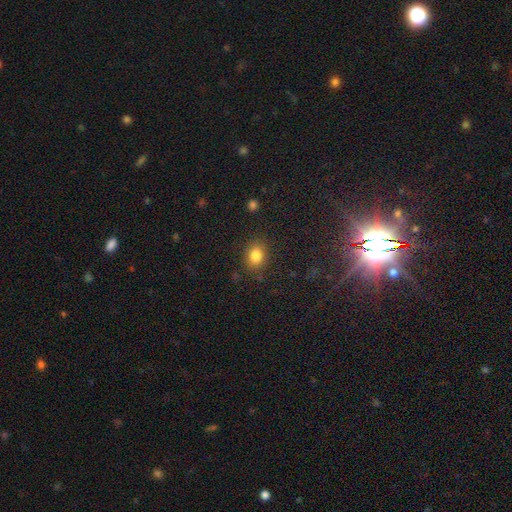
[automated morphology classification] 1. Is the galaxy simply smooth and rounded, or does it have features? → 83% smooth, 11% star or artifact, 7% featured or disk.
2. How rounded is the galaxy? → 57% in between, 42% round, 1% cigar-shaped.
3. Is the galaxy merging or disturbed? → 84% none, 11% minor disturbance, 3% major disturbance, 1% merger.